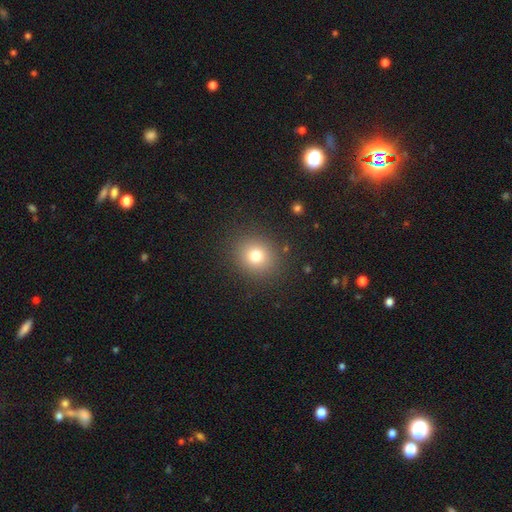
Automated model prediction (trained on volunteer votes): smooth-or-featured: smooth: 76% | star or artifact: 15% | featured or disk: 9%
  how-rounded: round: 79% | in between: 20% | cigar-shaped: 1%
  merging: none: 88% | minor disturbance: 7% | major disturbance: 3% | merger: 1%